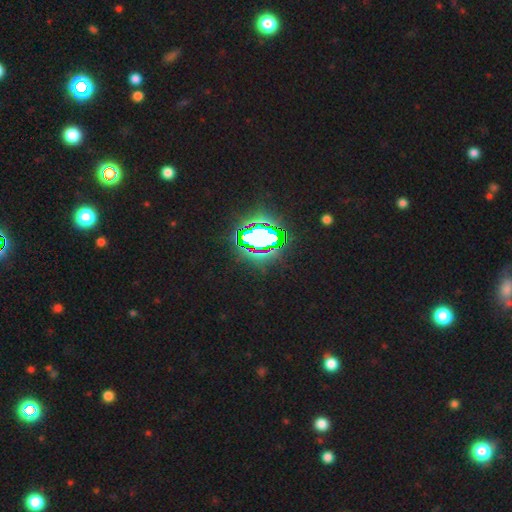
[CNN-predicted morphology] Smooth or featured? Predicted: star or artifact (p=0.82).